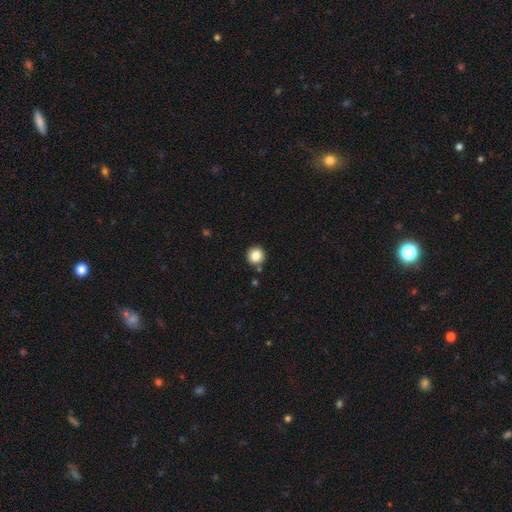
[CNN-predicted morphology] smooth-or-featured: smooth: 84% | star or artifact: 10% | featured or disk: 6%
  how-rounded: round: 94% | in between: 5% | cigar-shaped: 1%
  merging: none: 87% | minor disturbance: 7% | merger: 4% | major disturbance: 2%